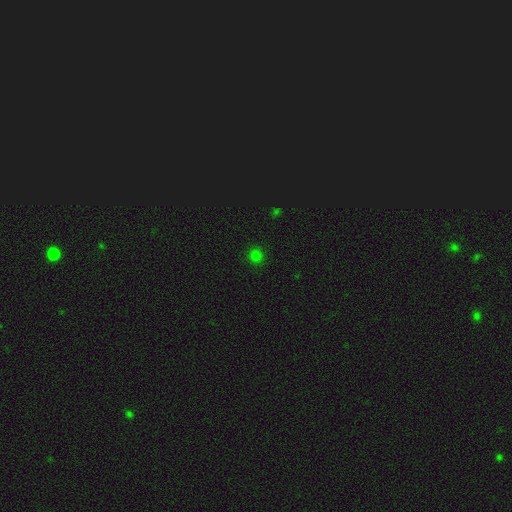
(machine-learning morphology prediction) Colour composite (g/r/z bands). It shows a smooth galaxy with no disk features (76%) that is round (91%). Merging: none (91%).